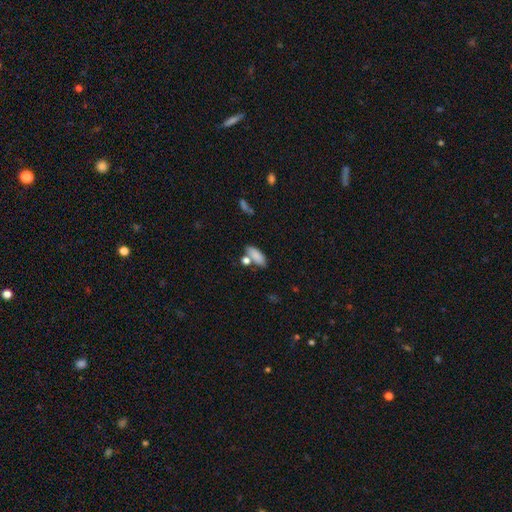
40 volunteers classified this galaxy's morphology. Volunteers were most divided on "merging": none: 79%, merger: 18%, minor disturbance: 3%, major disturbance: 0%. More confident: smooth or featured — smooth (92%); how rounded — in between (89%).